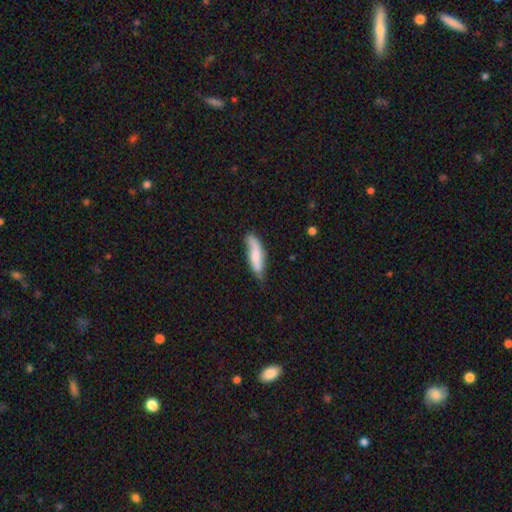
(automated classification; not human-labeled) Smooth or featured? Predicted: smooth (p=0.66). How rounded? Predicted: cigar-shaped (p=0.64). Merging? Predicted: none (p=0.60).